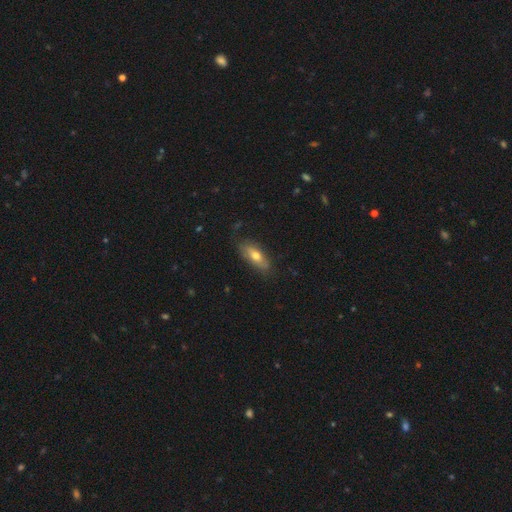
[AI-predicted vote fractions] Smooth or featured? Predicted: smooth (p=0.62). How rounded? Predicted: in between (p=0.68). Merging? Predicted: none (p=0.77).